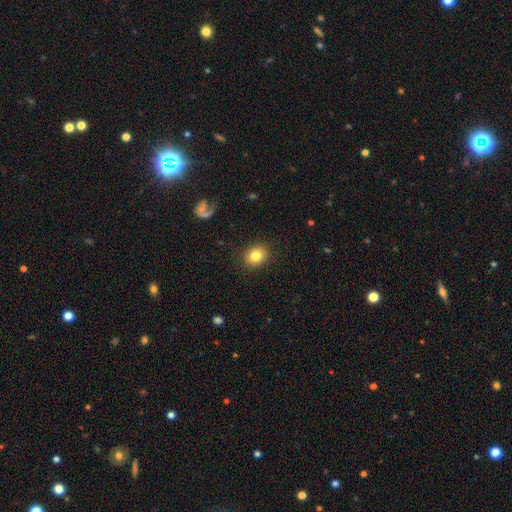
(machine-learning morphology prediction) smooth_or_featured: smooth (p=0.82) [alt: star or artifact p=0.09]
how_rounded: round (p=0.57) [alt: in between p=0.42]
merging: none (p=0.88) [alt: minor disturbance p=0.08]